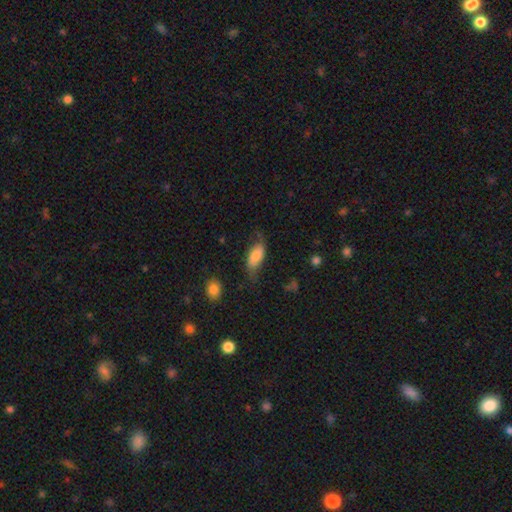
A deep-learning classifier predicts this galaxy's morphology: This appears to be a smooth galaxy with no disk features (65%) that is in between round and cigar-shaped (87%). Merging: none (50%).